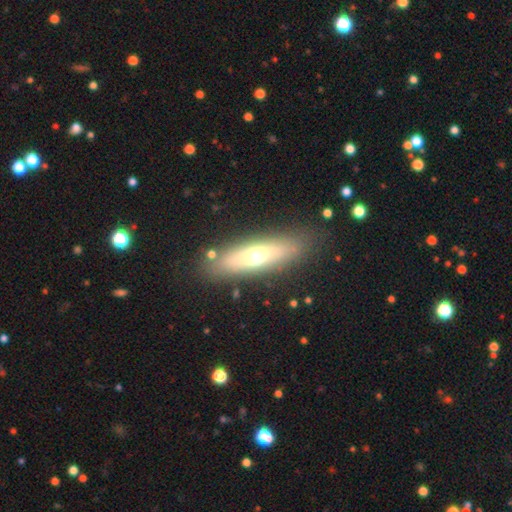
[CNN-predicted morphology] This is possibly a smooth galaxy (55%). How rounded: possibly cigar-shaped (58%). Merging: clearly none (82%).